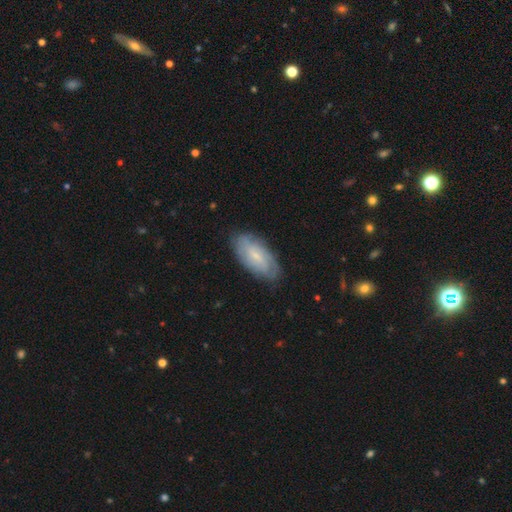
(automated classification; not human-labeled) featured or disk 53%, smooth 41%, star or artifact 7%. Down the decision tree: edge-on disk — no (91%); merging — none (80%).